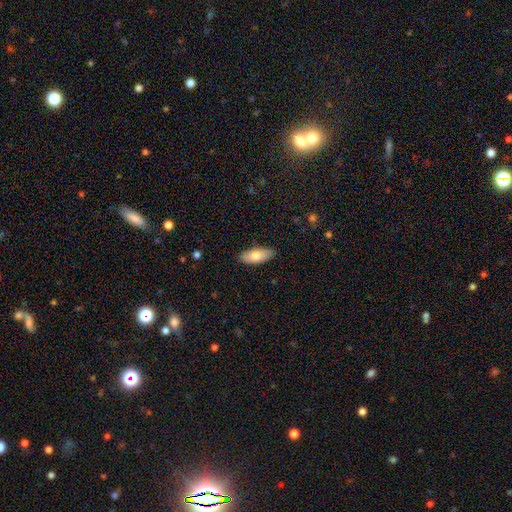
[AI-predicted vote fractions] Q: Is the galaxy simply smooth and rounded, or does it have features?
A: smooth — 75%.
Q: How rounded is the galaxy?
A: in between — 81%.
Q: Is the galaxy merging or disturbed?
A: none — 87%.